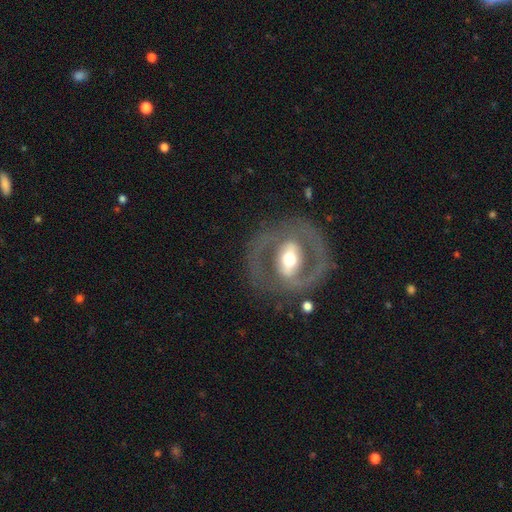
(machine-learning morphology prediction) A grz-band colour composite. It shows a featured or disk galaxy (82%) with a strong bar (44%), 2 (83%) medium (45%) spiral arms (70%) and a moderate central bulge (65%). Merging: none (78%).